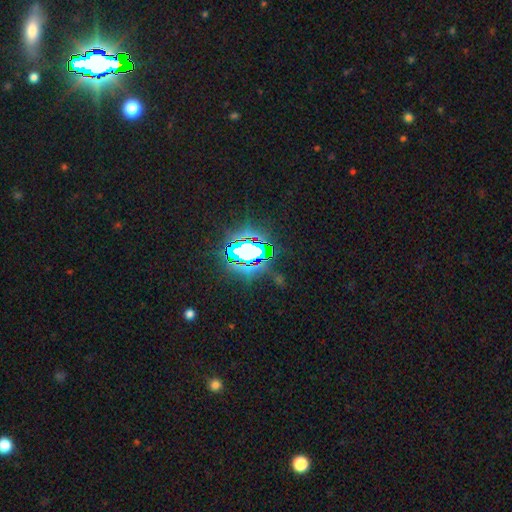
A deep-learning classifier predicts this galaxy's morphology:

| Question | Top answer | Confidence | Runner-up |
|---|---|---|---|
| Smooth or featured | star or artifact | 78% | smooth (13%) |